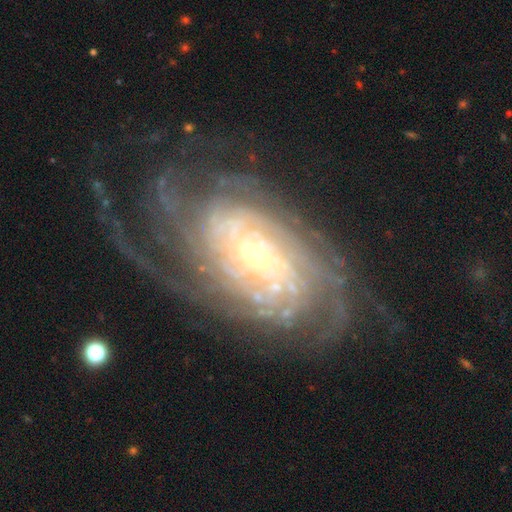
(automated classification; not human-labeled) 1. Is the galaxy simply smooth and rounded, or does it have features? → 90% featured or disk, 5% star or artifact, 5% smooth.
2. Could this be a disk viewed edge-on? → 96% no, 4% yes.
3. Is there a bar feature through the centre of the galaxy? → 58% no, 29% weak, 13% strong.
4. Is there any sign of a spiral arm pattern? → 97% yes, 3% no.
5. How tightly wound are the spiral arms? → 74% tight, 21% medium, 5% loose.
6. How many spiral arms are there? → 28% more than 4, 26% can't tell, 18% 4, 10% 3, 10% 2, 7% 1.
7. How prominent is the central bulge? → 69% small, 25% moderate, 3% large, 1% none, 1% dominant.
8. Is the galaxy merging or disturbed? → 68% none, 16% minor disturbance, 14% major disturbance, 2% merger.